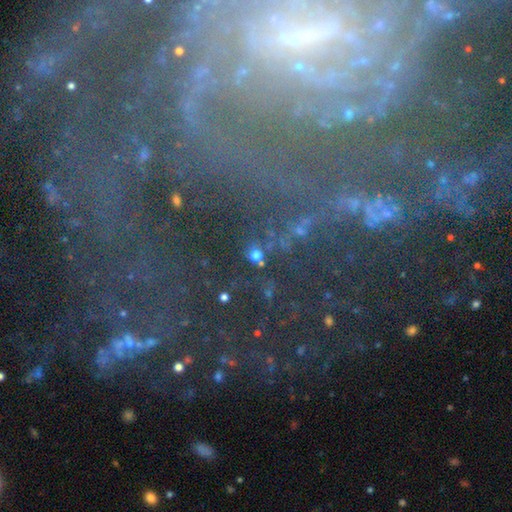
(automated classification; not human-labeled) Smooth or featured? smooth (53%)
How rounded? round (83%)
Merging? none (70%)